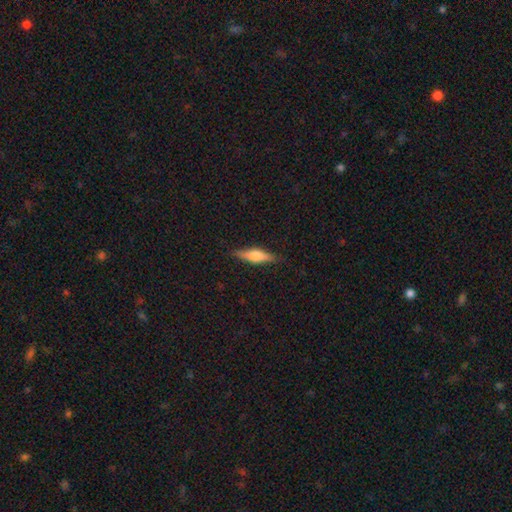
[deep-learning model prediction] Q: Smooth or featured?
A: smooth (52%); runner-up: featured or disk (42%)
Q: How rounded?
A: cigar-shaped (64%); runner-up: in between (34%)
Q: Merging?
A: none (86%); runner-up: minor disturbance (11%)